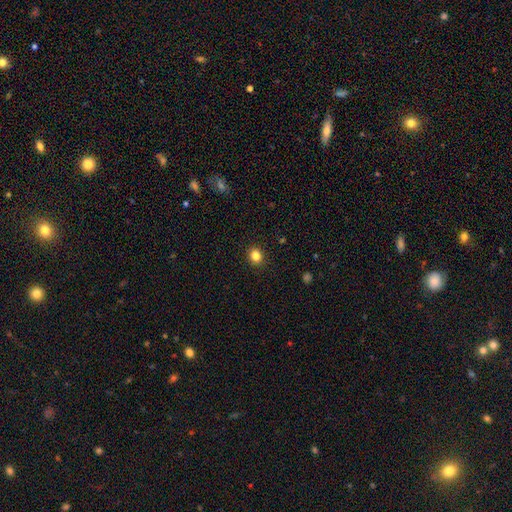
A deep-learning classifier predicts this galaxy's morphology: A smooth galaxy with no disk features (83%) that is round (74%). Merging: none (91%).